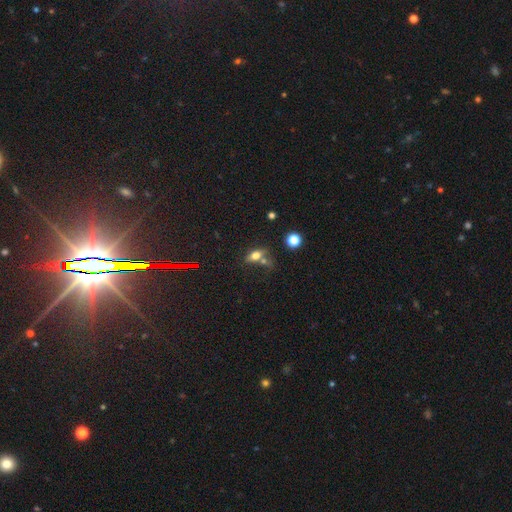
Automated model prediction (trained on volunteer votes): smooth_or_featured: smooth (p=0.69) [alt: featured or disk p=0.17]
how_rounded: in between (p=0.75) [alt: round p=0.16]
merging: none (p=0.43) [alt: merger p=0.33]